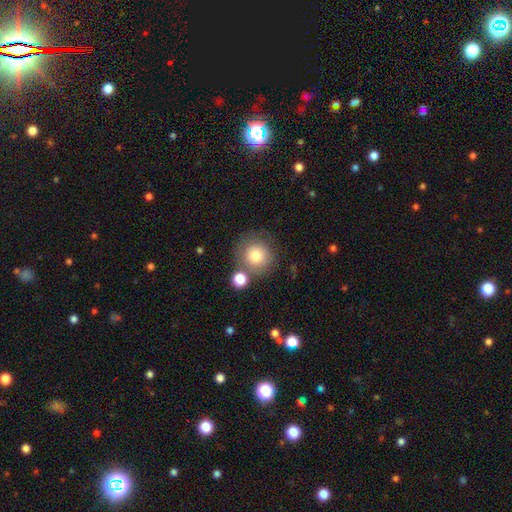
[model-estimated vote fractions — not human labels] smooth 77%, featured or disk 14%, star or artifact 9%. Down the decision tree: how rounded — round (92%); merging — none (68%).